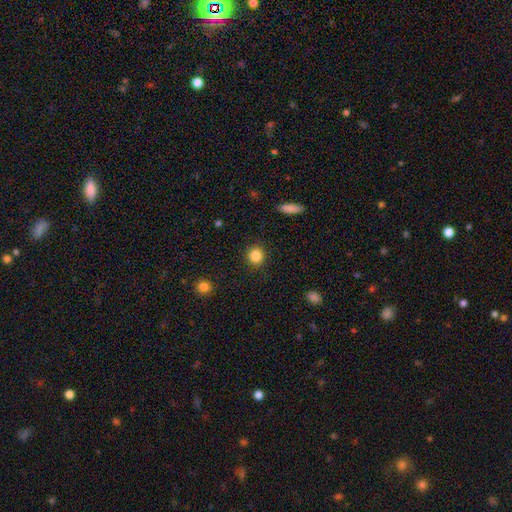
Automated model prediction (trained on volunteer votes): A smooth galaxy with no disk features (85%) that is round (91%).

Vote fractions:
- Smooth or featured? smooth: 85% / star or artifact: 10% / featured or disk: 5%
- How rounded? round: 91% / in between: 8% / cigar-shaped: 1%
- Merging? none: 91% / minor disturbance: 6% / major disturbance: 2% / merger: 1%